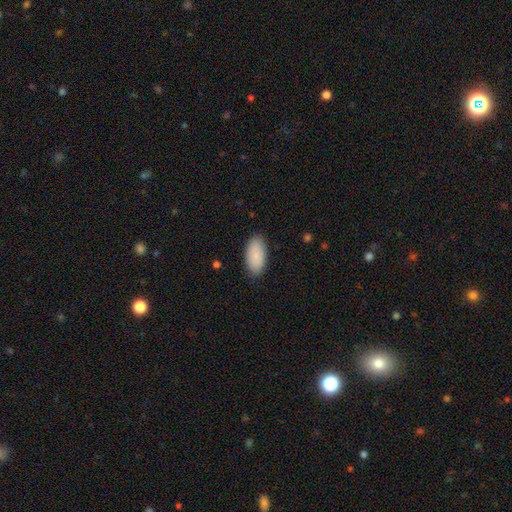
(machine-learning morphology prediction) Smooth or featured? Predicted: smooth (p=0.89). How rounded? Predicted: in between (p=0.93). Merging? Predicted: none (p=0.87).